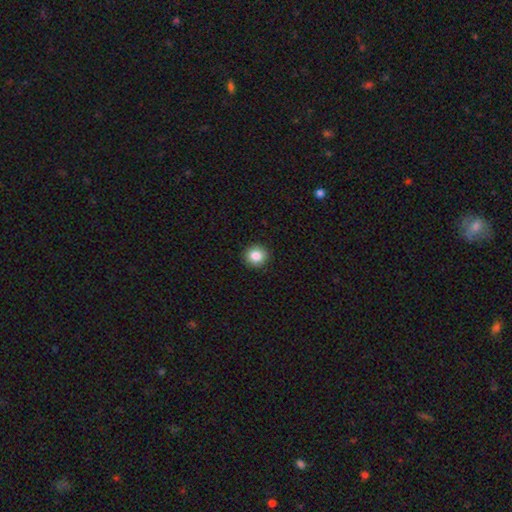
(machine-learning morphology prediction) smooth 85%, star or artifact 9%, featured or disk 5%. Down the decision tree: how rounded — round (91%); merging — none (92%).